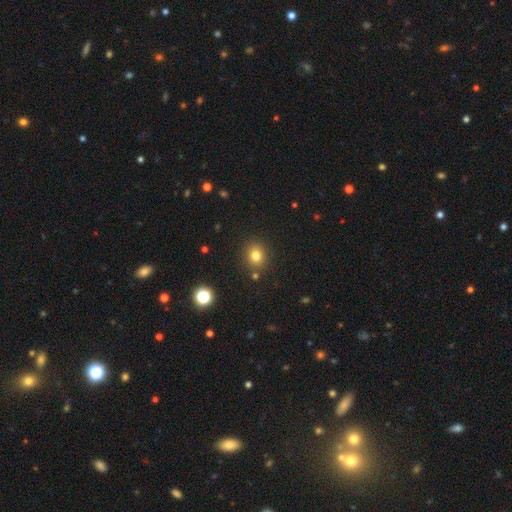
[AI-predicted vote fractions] This appears to be a smooth galaxy with no disk features (79%) that is round (74%). Merging: none (85%).